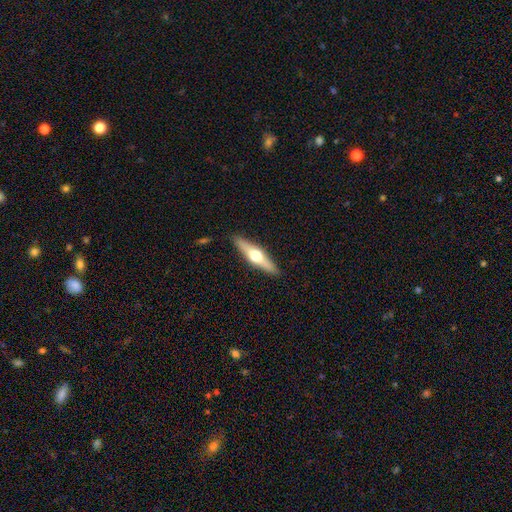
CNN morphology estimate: featured or disk 61%, smooth 34%, star or artifact 5%. Down the decision tree: edge-on disk — yes (95%); edge-on bulge — rounded (95%); merging — none (89%).